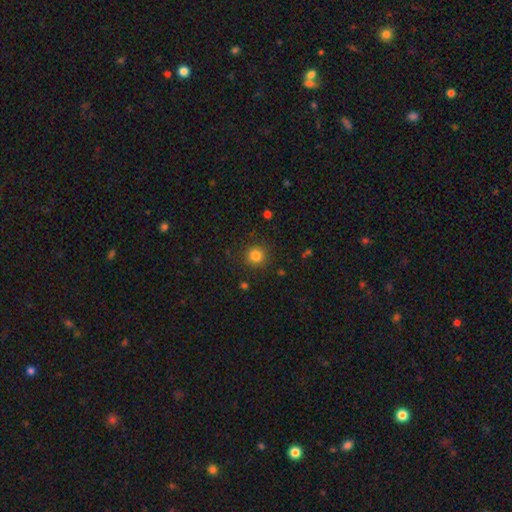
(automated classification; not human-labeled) A smooth galaxy with no disk features (83%) that is round (93%).

Vote fractions:
- Smooth or featured? smooth: 83% / star or artifact: 12% / featured or disk: 5%
- How rounded? round: 93% / in between: 6% / cigar-shaped: 1%
- Merging? none: 89% / minor disturbance: 7% / major disturbance: 3% / merger: 1%